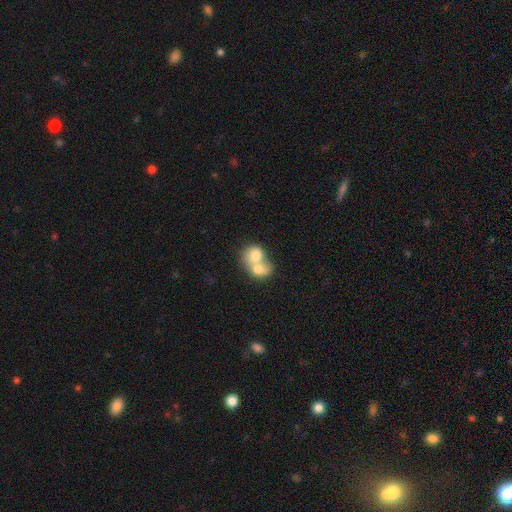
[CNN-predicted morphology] A smooth galaxy with no disk features (71%) that is round (57%). Merging: merger (81%).